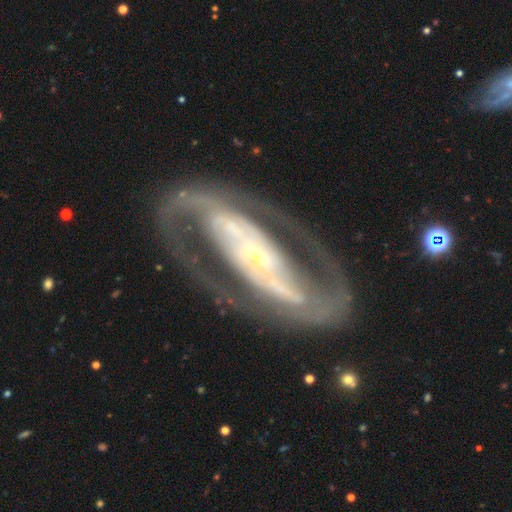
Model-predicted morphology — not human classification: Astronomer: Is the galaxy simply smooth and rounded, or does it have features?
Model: featured or disk — 89%.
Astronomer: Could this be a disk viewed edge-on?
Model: no — 93%.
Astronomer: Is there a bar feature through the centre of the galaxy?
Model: strong — 53%.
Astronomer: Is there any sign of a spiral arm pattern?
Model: yes — 89%.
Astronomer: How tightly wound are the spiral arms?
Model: medium — 48% (runner-up: tight, 33%).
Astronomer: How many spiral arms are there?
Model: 2 — 89%.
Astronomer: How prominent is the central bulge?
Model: small — 75%.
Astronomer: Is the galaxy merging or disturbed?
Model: none — 78%.